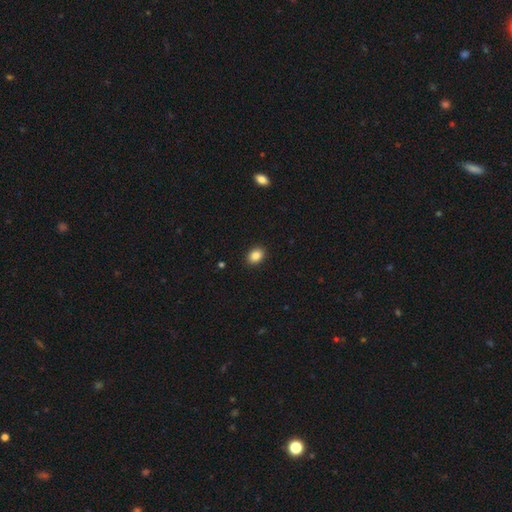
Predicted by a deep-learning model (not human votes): Smooth or featured? Predicted: smooth (p=0.86). How rounded? Predicted: in between (p=0.64). Merging? Predicted: none (p=0.91).